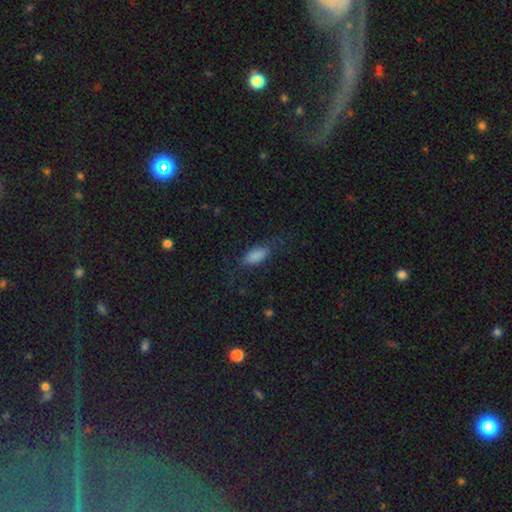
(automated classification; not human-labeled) Smooth or featured? Predicted: smooth (p=0.79). How rounded? Predicted: in between (p=0.80). Merging? Predicted: none (p=0.66).